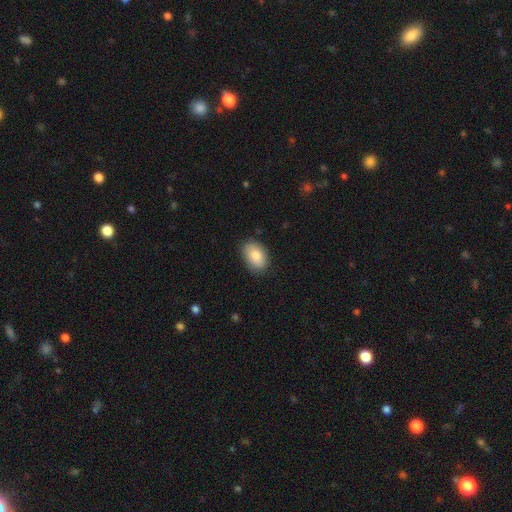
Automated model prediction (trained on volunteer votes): smooth_or_featured: smooth (p=0.84) [alt: featured or disk p=0.09]
how_rounded: in between (p=0.87) [alt: round p=0.12]
merging: none (p=0.84) [alt: minor disturbance p=0.13]